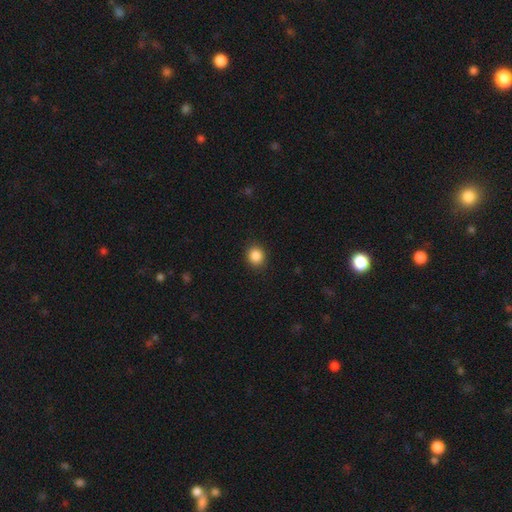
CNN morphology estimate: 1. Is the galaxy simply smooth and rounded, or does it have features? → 87% smooth, 10% star or artifact, 3% featured or disk.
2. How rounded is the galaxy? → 79% round, 20% in between, 1% cigar-shaped.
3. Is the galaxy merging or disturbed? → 89% none, 7% minor disturbance, 2% major disturbance, 1% merger.